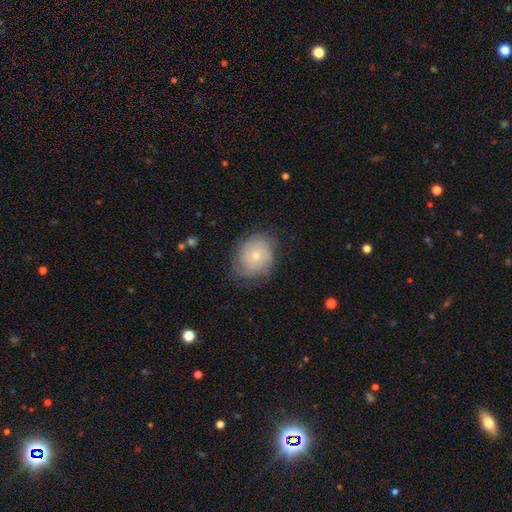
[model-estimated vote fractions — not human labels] Q: Smooth or featured?
A: featured or disk (51%); runner-up: smooth (40%)
Q: Edge-on disk?
A: no (97%); runner-up: yes (3%)
Q: Merging?
A: none (71%); runner-up: minor disturbance (20%)